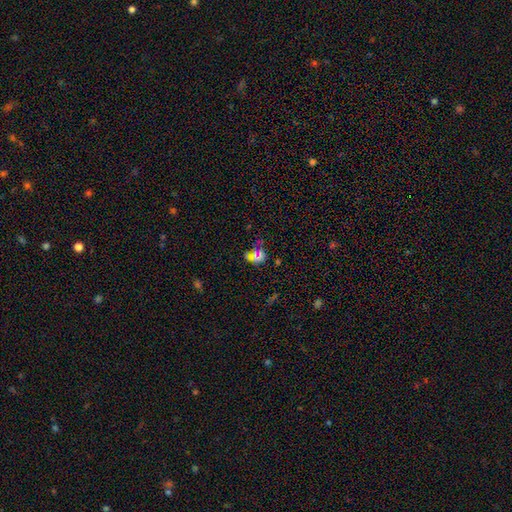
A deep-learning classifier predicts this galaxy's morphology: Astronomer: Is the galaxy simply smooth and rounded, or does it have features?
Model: star or artifact — 46% (runner-up: smooth, 42%).